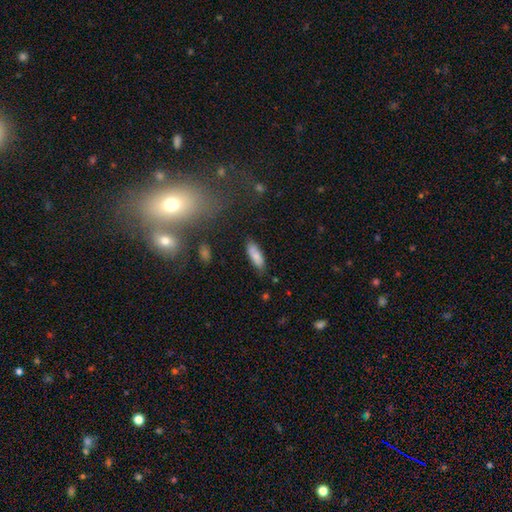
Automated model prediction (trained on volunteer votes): Smooth or featured?
  - smooth: 80% *
  - featured or disk: 13%
  - star or artifact: 7%
How rounded?
  - in between: 67% *
  - cigar-shaped: 32%
  - round: 2%
Merging?
  - none: 76% *
  - minor disturbance: 18%
  - major disturbance: 4%
  - merger: 3%